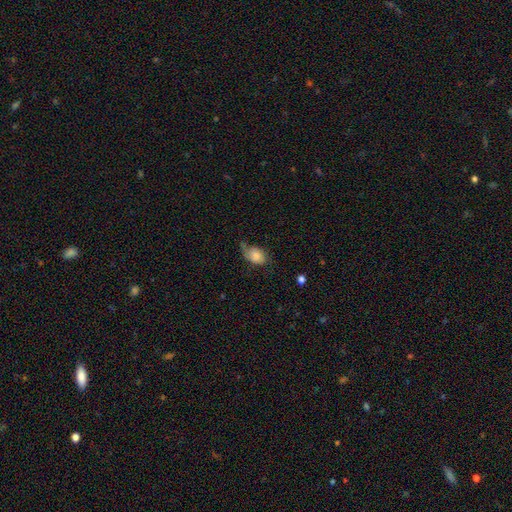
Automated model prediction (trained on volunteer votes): Smooth or featured? Predicted: smooth (p=0.72). How rounded? Predicted: in between (p=0.81). Merging? Predicted: minor disturbance (p=0.37, tied with none).